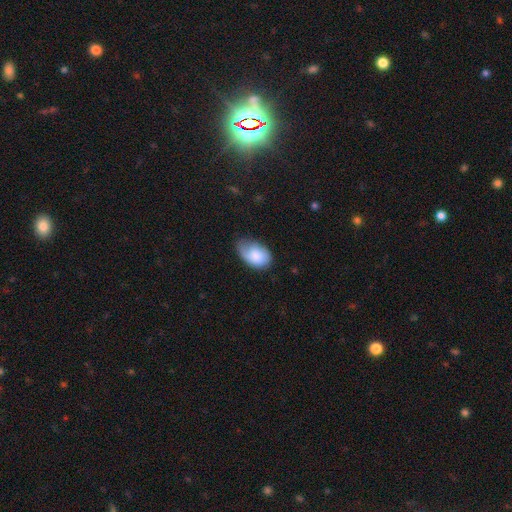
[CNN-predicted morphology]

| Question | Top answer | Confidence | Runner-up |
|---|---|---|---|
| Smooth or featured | smooth | 80% | featured or disk (14%) |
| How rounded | in between | 90% | round (9%) |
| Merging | none | 43% | minor disturbance (42%) |